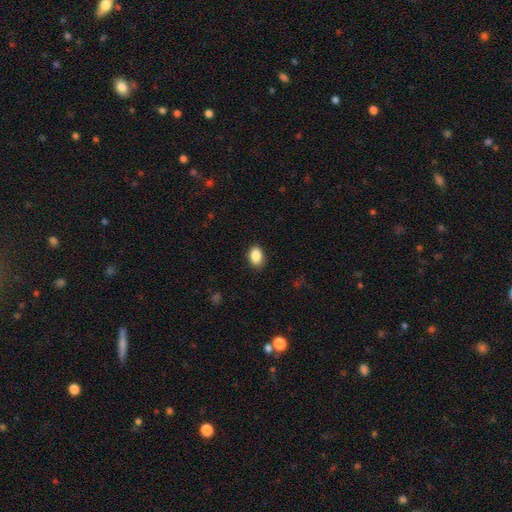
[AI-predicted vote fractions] smooth-or-featured: smooth: 88% | star or artifact: 8% | featured or disk: 4%
  how-rounded: in between: 85% | round: 14% | cigar-shaped: 1%
  merging: none: 84% | minor disturbance: 12% | major disturbance: 3% | merger: 1%